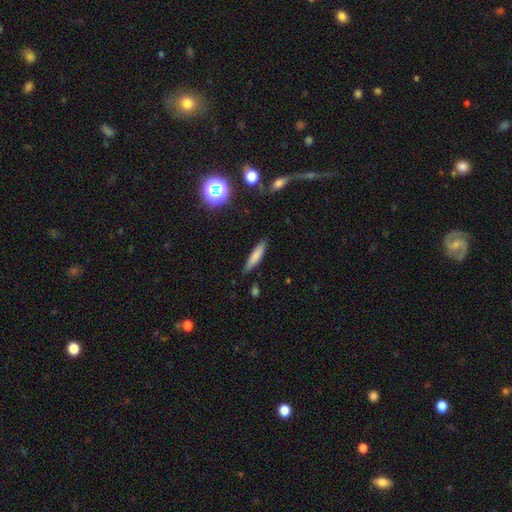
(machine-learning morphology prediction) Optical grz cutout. It shows a smooth galaxy with no disk features (76%) that is cigar-shaped (78%). Merging: none (84%).